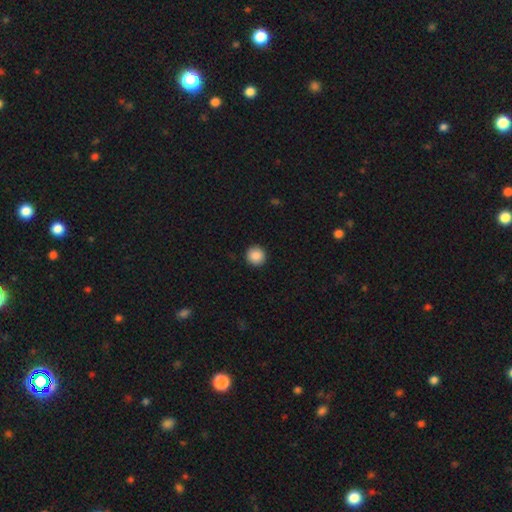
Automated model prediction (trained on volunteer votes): Smooth or featured: smooth — 89% (star or artifact — 8%)
How rounded: round — 95% (in between — 4%)
Merging: none — 92% (minor disturbance — 5%)